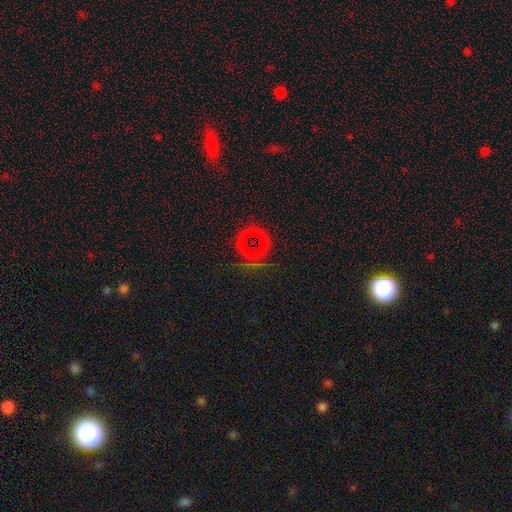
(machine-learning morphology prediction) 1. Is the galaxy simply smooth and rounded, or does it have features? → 66% star or artifact, 25% smooth, 10% featured or disk.